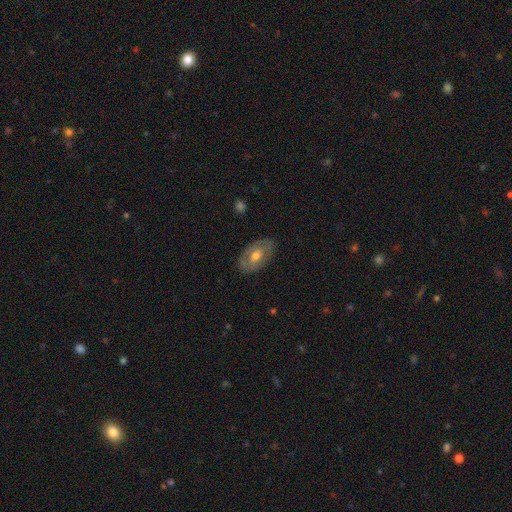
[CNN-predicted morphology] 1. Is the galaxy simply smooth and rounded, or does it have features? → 52% featured or disk, 42% smooth, 6% star or artifact.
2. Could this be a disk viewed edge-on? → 90% no, 10% yes.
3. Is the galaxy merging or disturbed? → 81% none, 15% minor disturbance, 4% major disturbance, 1% merger.